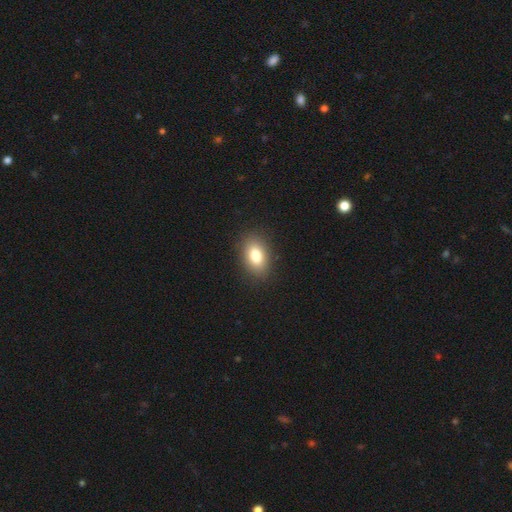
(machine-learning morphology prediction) Smooth or featured? smooth (82%)
How rounded? in between (87%)
Merging? none (88%)